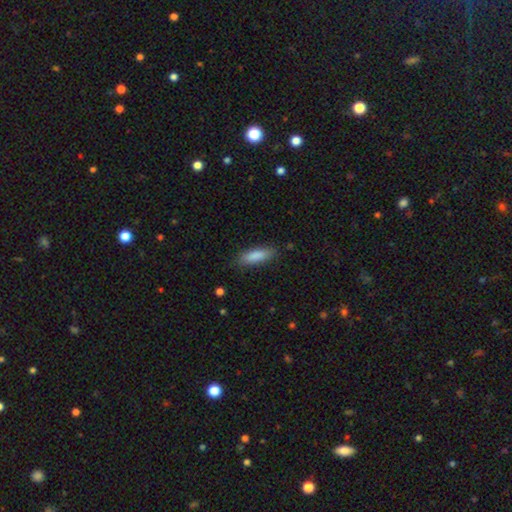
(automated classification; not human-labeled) The model was most divided on "how rounded": in between: 51%, cigar-shaped: 47%, round: 2%. More confident: smooth or featured — smooth (86%); merging — none (84%).